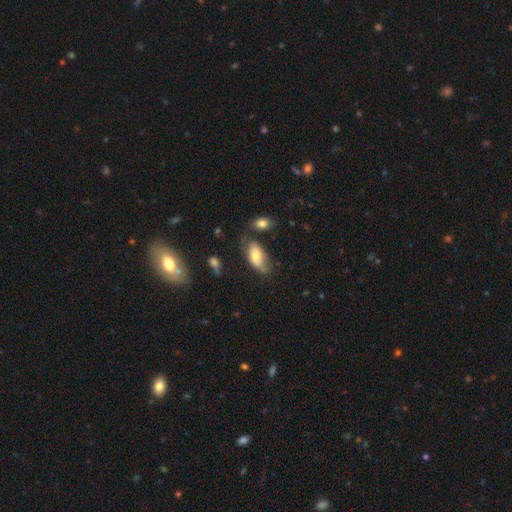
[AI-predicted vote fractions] The model was most divided on "merging": none: 44%, minor disturbance: 32%, major disturbance: 15%, merger: 9%. More confident: how rounded — in between (92%); smooth or featured — smooth (67%).